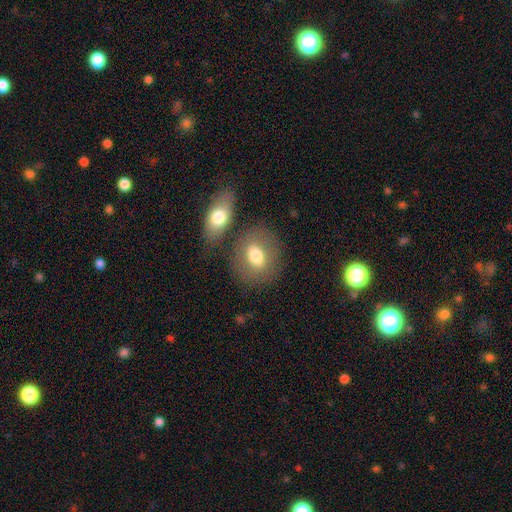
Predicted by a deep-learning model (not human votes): Morphology: type=smooth (72%); roundness=in between (56%); merging=none (69%).